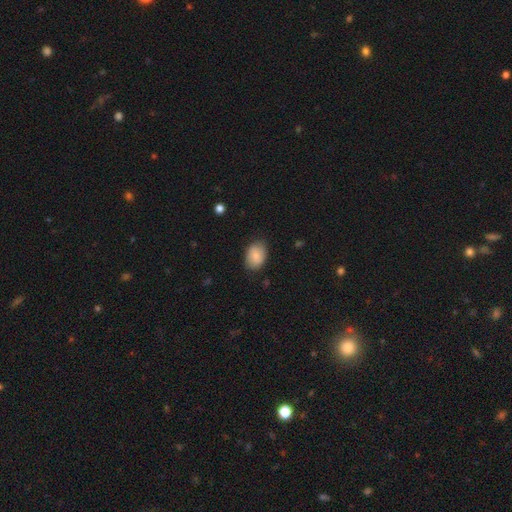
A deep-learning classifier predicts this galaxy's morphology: This appears to be a smooth galaxy with no disk features (81%) that is in between round and cigar-shaped (82%). Merging: none (79%).